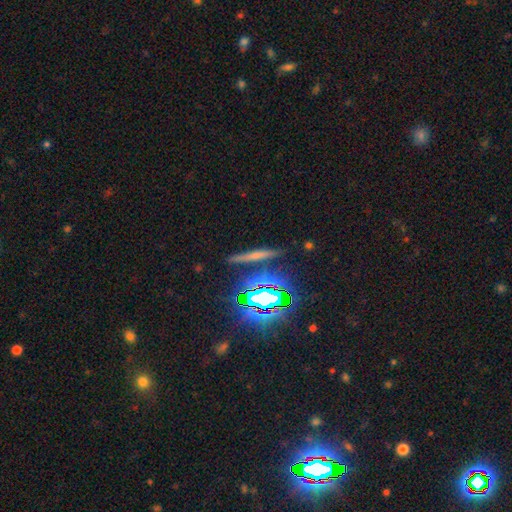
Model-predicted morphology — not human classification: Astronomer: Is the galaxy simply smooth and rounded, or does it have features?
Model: smooth — 45% (runner-up: featured or disk, 28%).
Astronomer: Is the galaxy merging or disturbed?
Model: none — 83%.